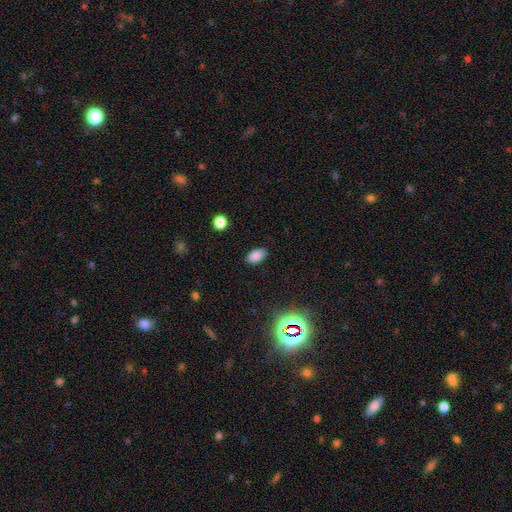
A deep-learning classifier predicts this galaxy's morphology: The model was most divided on "smooth or featured": smooth: 84%, star or artifact: 12%, featured or disk: 4%. More confident: how rounded — in between (92%); merging — none (87%).